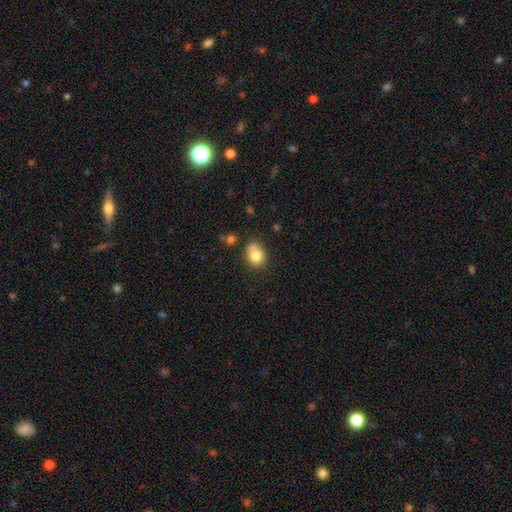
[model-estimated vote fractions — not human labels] smooth 79%, featured or disk 11%, star or artifact 10%. Down the decision tree: how rounded — round (63%); merging — none (53%).